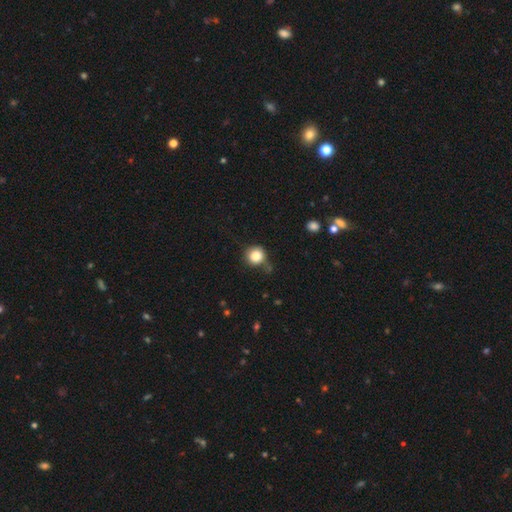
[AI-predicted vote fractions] smooth 84%, star or artifact 10%, featured or disk 6%. Down the decision tree: how rounded — round (92%); merging — none (67%).